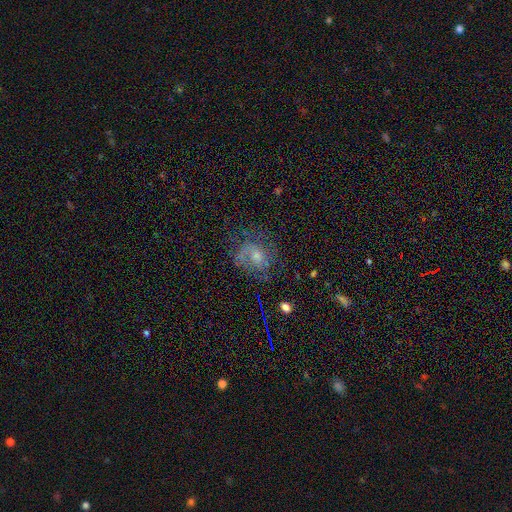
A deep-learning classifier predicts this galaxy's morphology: This is possibly a featured or disk galaxy (57%). It is clearly not viewed edge-on (97%). Bar: likely no (73%). Spiral arm pattern: likely yes (79%). Central bulge: possibly moderate (49%). Merging: possibly none (54%).